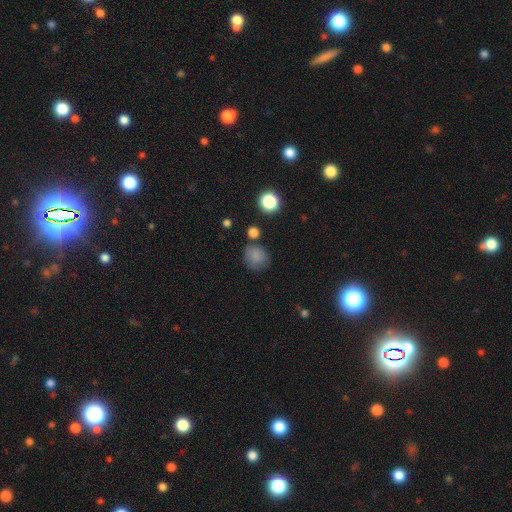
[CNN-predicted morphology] A smooth galaxy with no disk features (81%) that is round (79%). Merging: none (71%).